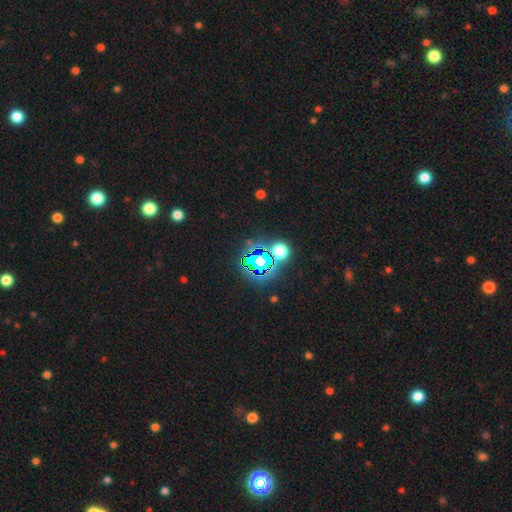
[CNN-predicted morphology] Smooth or featured?
  - star or artifact: 81% *
  - smooth: 12%
  - featured or disk: 7%